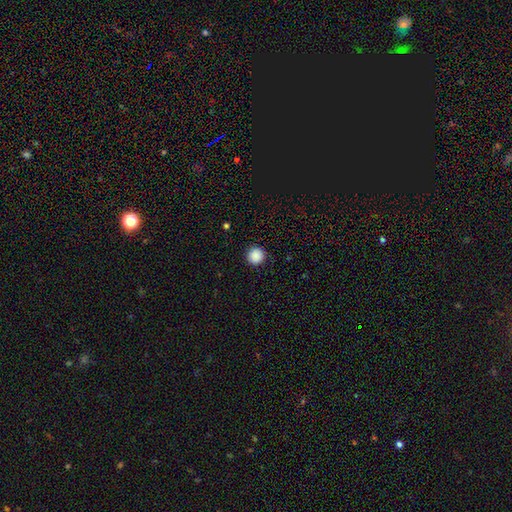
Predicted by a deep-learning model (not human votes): Q: Smooth or featured?
A: smooth (88%); runner-up: star or artifact (9%)
Q: How rounded?
A: round (96%); runner-up: in between (3%)
Q: Merging?
A: none (92%); runner-up: minor disturbance (5%)